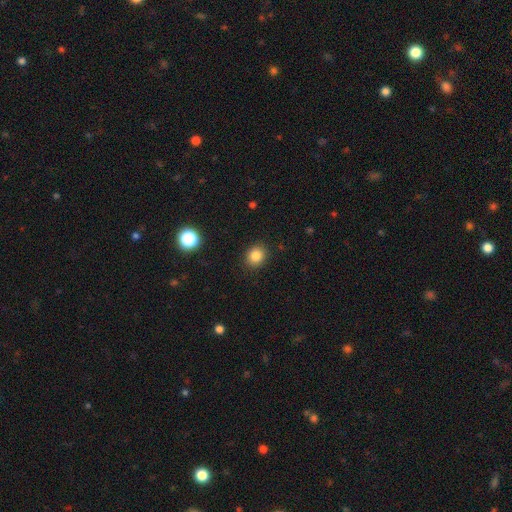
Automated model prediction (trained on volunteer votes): Smooth or featured?
  - smooth: 84% *
  - star or artifact: 11%
  - featured or disk: 5%
How rounded?
  - round: 67% *
  - in between: 32%
  - cigar-shaped: 1%
Merging?
  - none: 89% *
  - minor disturbance: 8%
  - major disturbance: 2%
  - merger: 1%